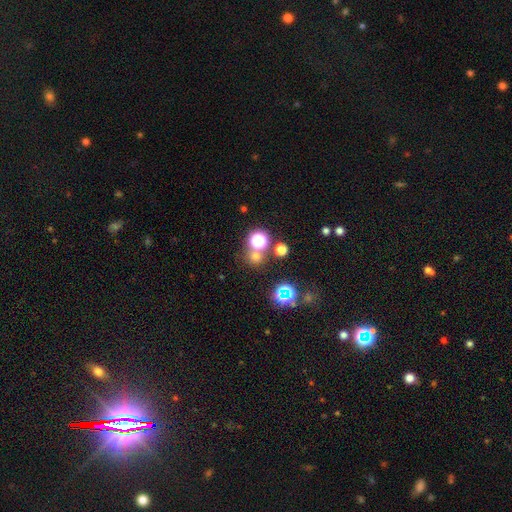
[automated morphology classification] smooth-or-featured: smooth: 58% | star or artifact: 34% | featured or disk: 7%
  how-rounded: round: 89% | in between: 10% | cigar-shaped: 1%
  merging: none: 68% | merger: 20% | minor disturbance: 7% | major disturbance: 4%